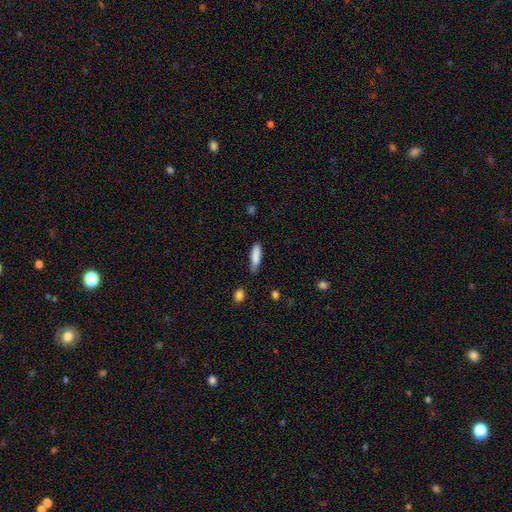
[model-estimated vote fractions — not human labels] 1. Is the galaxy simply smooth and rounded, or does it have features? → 86% smooth, 7% featured or disk, 6% star or artifact.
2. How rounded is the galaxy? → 57% cigar-shaped, 41% in between, 2% round.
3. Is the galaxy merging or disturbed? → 72% none, 22% minor disturbance, 4% major disturbance, 2% merger.